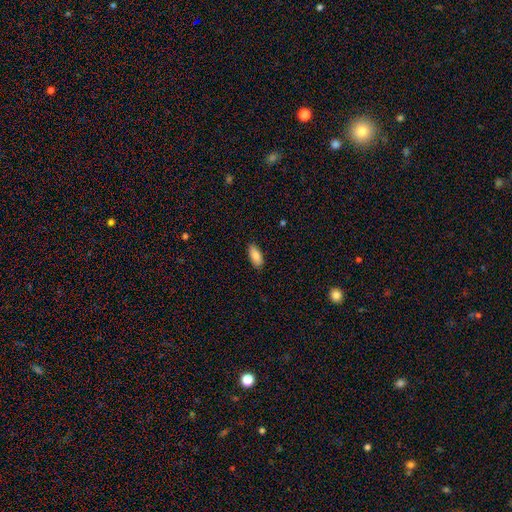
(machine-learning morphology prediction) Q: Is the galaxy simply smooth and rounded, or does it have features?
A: smooth — 85%.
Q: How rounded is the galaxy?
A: in between — 88%.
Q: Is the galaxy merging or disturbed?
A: none — 87%.